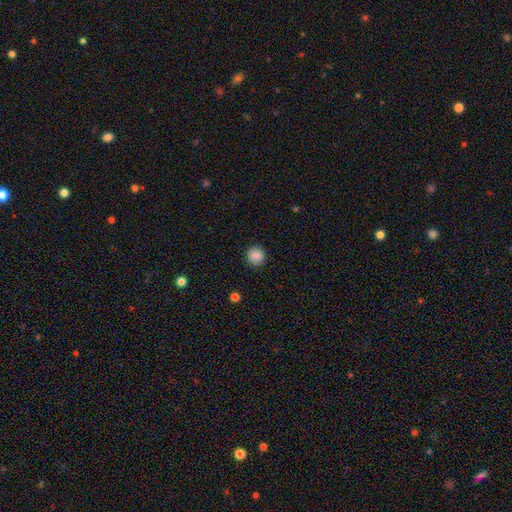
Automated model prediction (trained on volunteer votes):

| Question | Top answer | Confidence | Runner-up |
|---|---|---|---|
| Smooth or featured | smooth | 88% | star or artifact (10%) |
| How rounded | round | 92% | in between (7%) |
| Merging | none | 89% | minor disturbance (7%) |